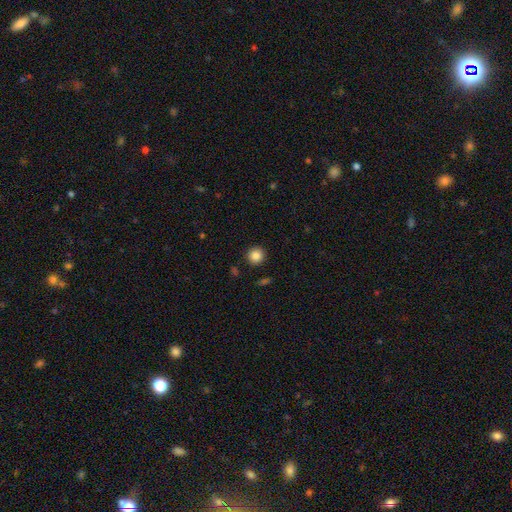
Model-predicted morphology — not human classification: This is clearly a smooth galaxy (86%). How rounded: clearly round (93%). Merging: clearly none (91%).